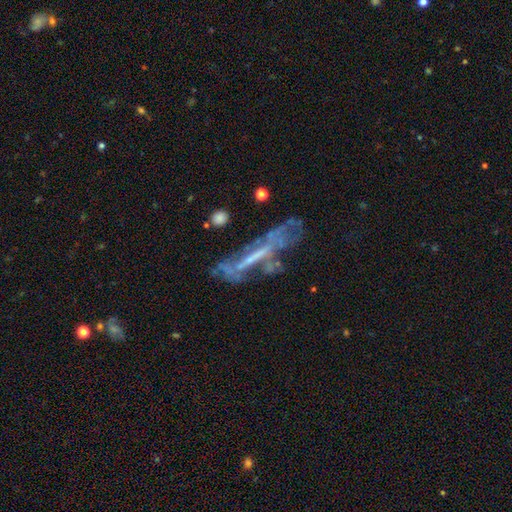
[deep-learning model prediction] This appears to be a featured or disk galaxy (68%). Merging: none (42%).